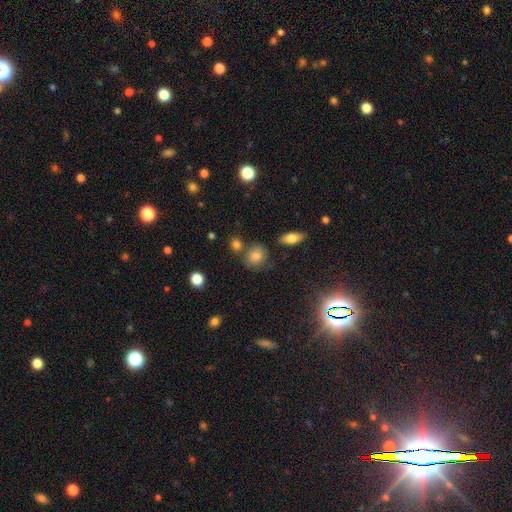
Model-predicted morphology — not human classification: The model was most divided on "how rounded": round: 74%, in between: 25%, cigar-shaped: 1%. More confident: smooth or featured — smooth (74%); merging — none (69%).